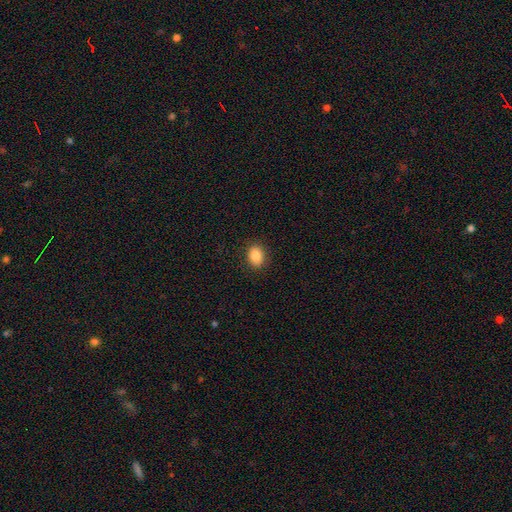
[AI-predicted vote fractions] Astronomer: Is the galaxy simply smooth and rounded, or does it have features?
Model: smooth — 86%.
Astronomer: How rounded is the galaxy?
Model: in between — 67%.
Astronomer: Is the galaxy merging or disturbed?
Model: none — 89%.